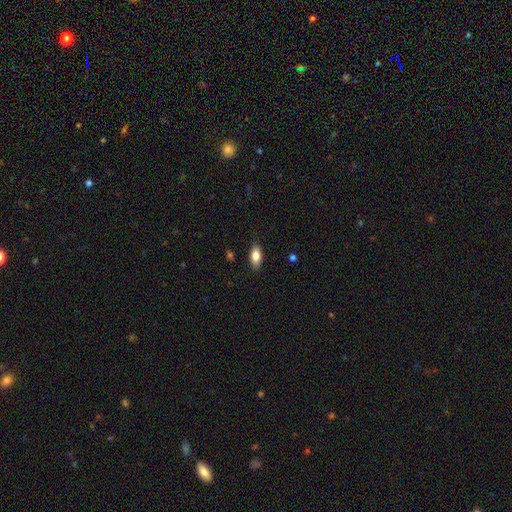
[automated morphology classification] Smooth or featured? Predicted: smooth (p=0.82). How rounded? Predicted: in between (p=0.87). Merging? Predicted: none (p=0.85).